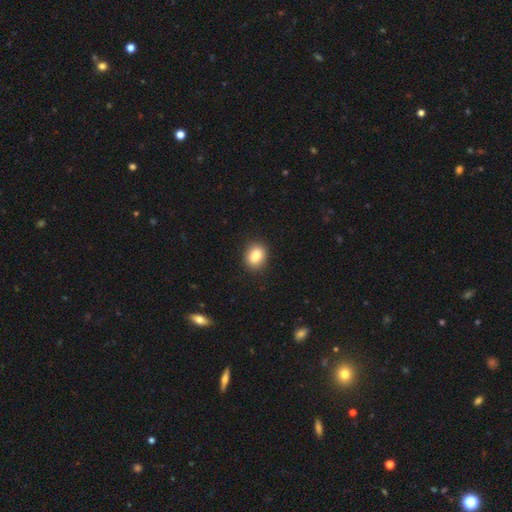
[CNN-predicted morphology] Smooth or featured? smooth (83%)
How rounded? in between (52%)
Merging? none (90%)